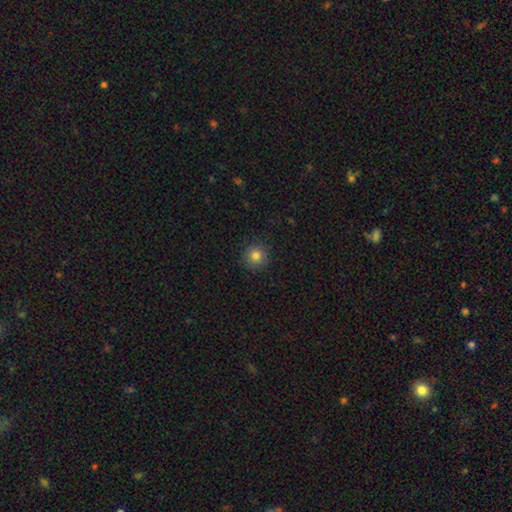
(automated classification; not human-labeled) A smooth galaxy with no disk features (82%) that is round (94%).

Vote fractions:
- Smooth or featured? smooth: 82% / star or artifact: 12% / featured or disk: 6%
- How rounded? round: 94% / in between: 5% / cigar-shaped: 1%
- Merging? none: 90% / minor disturbance: 7% / major disturbance: 2% / merger: 1%